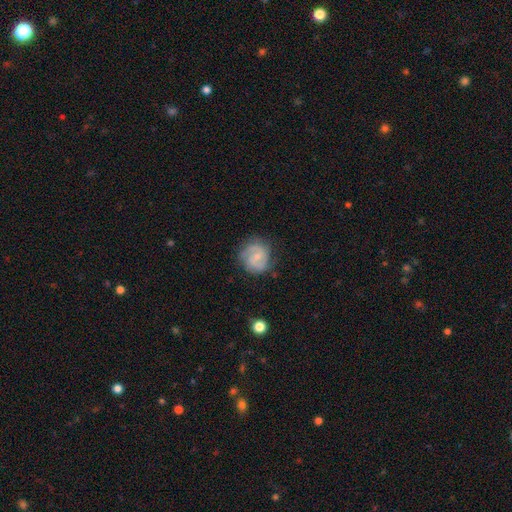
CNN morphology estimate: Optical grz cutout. It shows a featured or disk galaxy (72%) with no bar (50%), 2 (73%) medium (46%) spiral arms (93%) and a small central bulge (65%). Merging: none (74%).